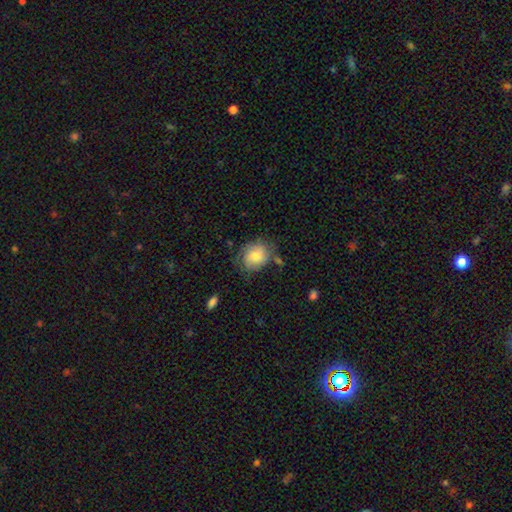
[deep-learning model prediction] The model was most divided on "how rounded": round: 54%, in between: 45%, cigar-shaped: 1%. More confident: smooth or featured — smooth (74%); merging — none (58%).